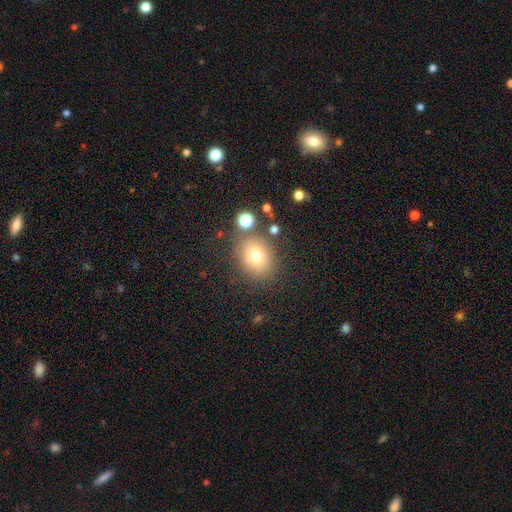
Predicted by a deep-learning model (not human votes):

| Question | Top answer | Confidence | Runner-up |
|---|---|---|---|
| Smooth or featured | smooth | 74% | star or artifact (14%) |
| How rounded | round | 58% | in between (40%) |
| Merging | none | 78% | minor disturbance (11%) |